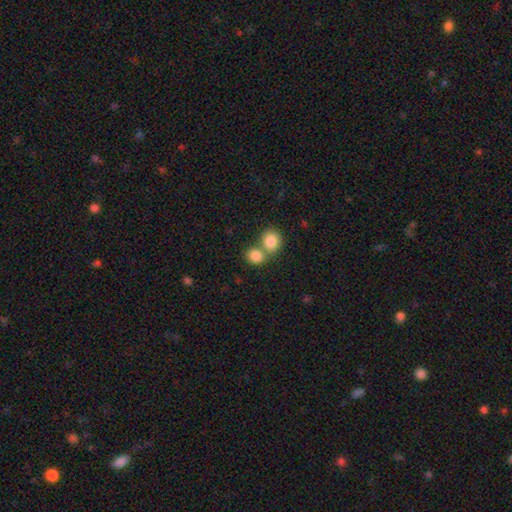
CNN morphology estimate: The model was most divided on "merging": merger: 50%, none: 41%, minor disturbance: 7%, major disturbance: 2%. More confident: smooth or featured — smooth (84%); how rounded — round (69%).